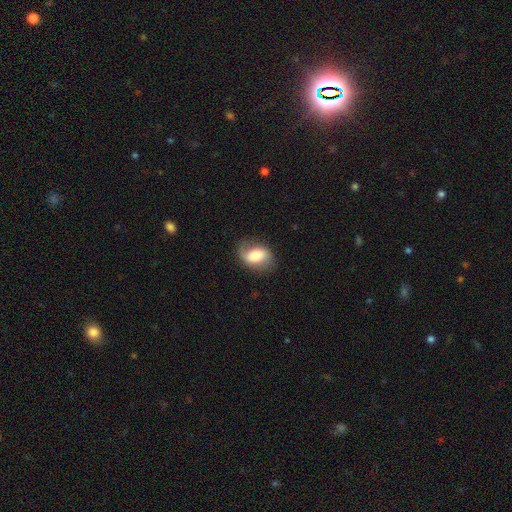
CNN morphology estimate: Overall: smooth (50%; featured or disk 42%). How rounded: in between (75%). Merging: none (68%).